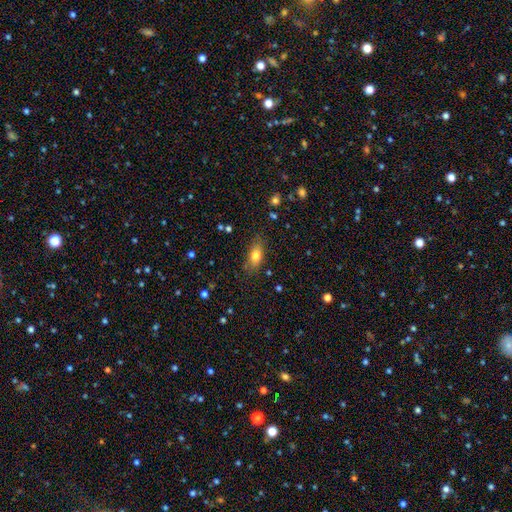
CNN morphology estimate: Smooth or featured? smooth (77%)
How rounded? in between (79%)
Merging? none (77%)